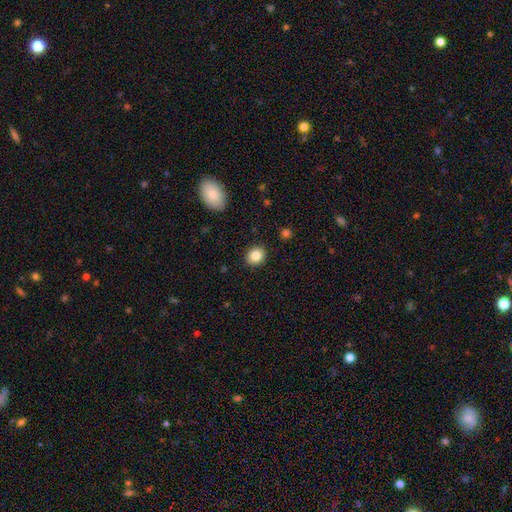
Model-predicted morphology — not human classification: Q: Smooth or featured?
A: smooth (85%); runner-up: star or artifact (9%)
Q: How rounded?
A: round (73%); runner-up: in between (26%)
Q: Merging?
A: none (91%); runner-up: minor disturbance (6%)